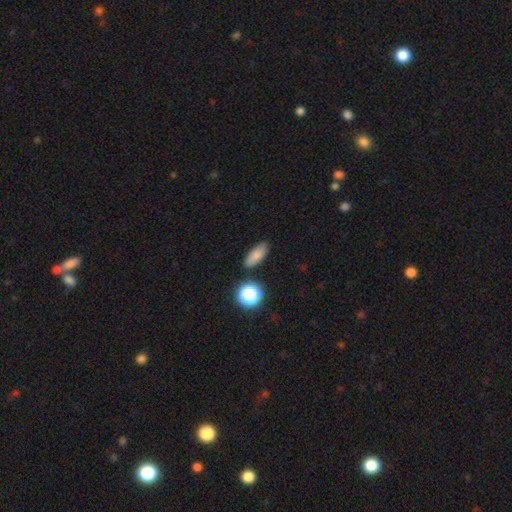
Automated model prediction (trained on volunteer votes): Q: Smooth or featured?
A: smooth (80%); runner-up: star or artifact (12%)
Q: How rounded?
A: in between (74%); runner-up: cigar-shaped (17%)
Q: Merging?
A: none (84%); runner-up: minor disturbance (10%)